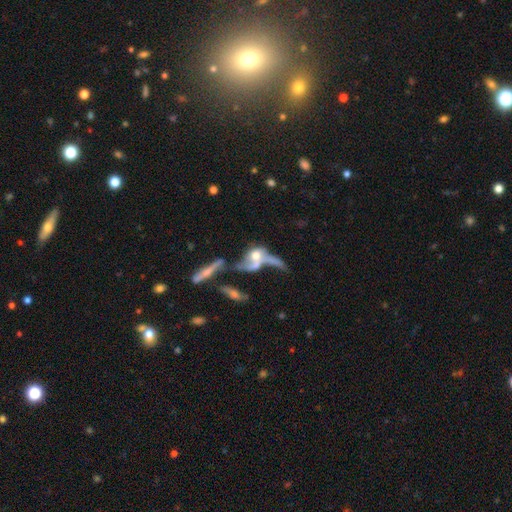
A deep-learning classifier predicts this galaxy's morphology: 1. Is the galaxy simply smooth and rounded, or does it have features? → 54% featured or disk, 35% smooth, 11% star or artifact.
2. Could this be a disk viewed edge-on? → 86% no, 14% yes.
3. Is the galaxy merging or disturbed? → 60% merger, 23% major disturbance, 10% none, 7% minor disturbance.